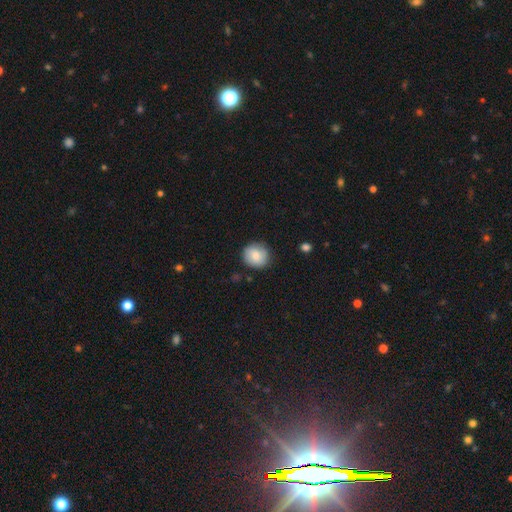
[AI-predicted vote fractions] A smooth galaxy with no disk features (83%) that is round (88%).

Vote fractions:
- Smooth or featured? smooth: 83% / featured or disk: 9% / star or artifact: 7%
- How rounded? round: 88% / in between: 11% / cigar-shaped: 1%
- Merging? none: 84% / minor disturbance: 12% / major disturbance: 3% / merger: 2%